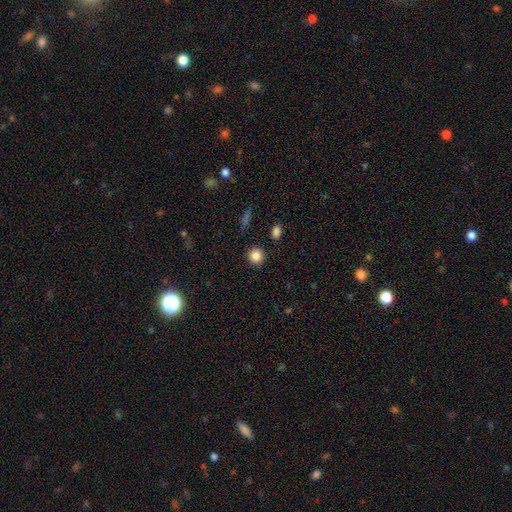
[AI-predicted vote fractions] Smooth or featured? smooth (85%)
How rounded? round (93%)
Merging? none (90%)